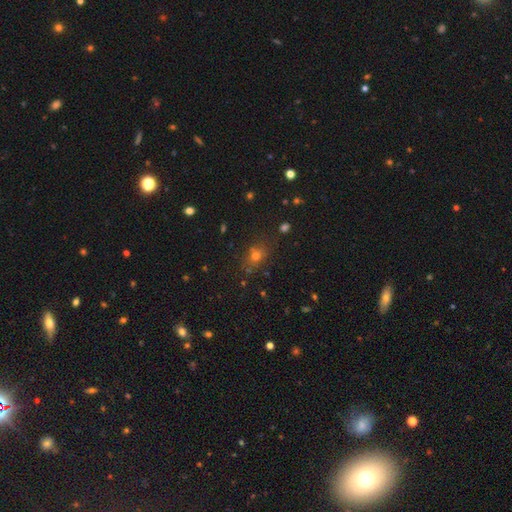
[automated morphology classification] The model was most divided on "how rounded": round: 56%, in between: 42%, cigar-shaped: 2%. More confident: merging — none (74%); smooth or featured — smooth (66%).